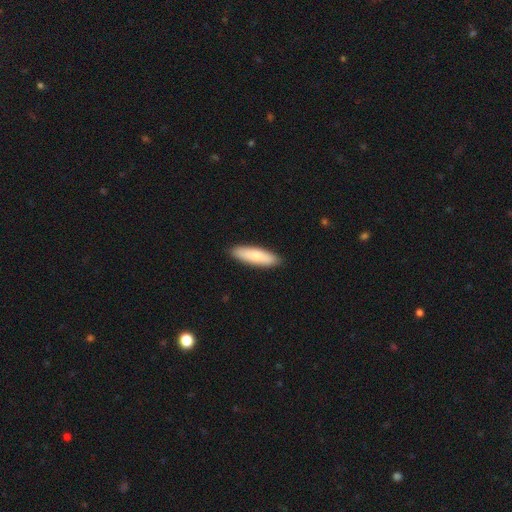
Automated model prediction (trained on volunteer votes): Smooth or featured? smooth (79%)
How rounded? cigar-shaped (61%)
Merging? none (90%)